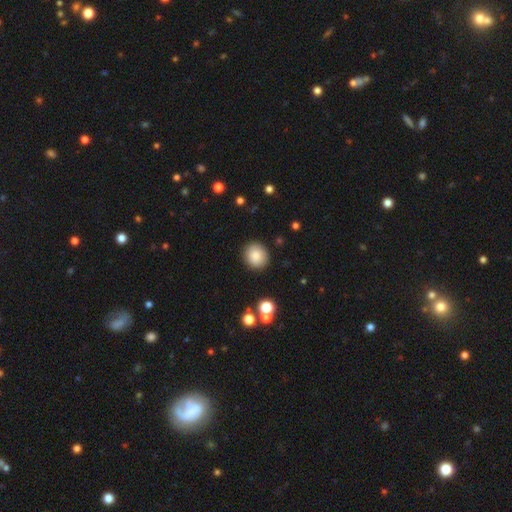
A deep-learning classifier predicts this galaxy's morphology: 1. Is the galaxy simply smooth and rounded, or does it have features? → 86% smooth, 9% star or artifact, 6% featured or disk.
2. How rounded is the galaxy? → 82% round, 17% in between, 1% cigar-shaped.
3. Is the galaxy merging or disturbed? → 89% none, 7% minor disturbance, 2% major disturbance, 2% merger.